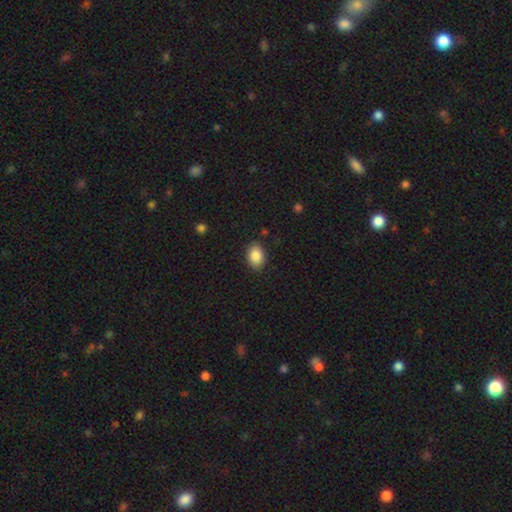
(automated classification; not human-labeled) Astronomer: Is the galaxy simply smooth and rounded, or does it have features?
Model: smooth — 87%.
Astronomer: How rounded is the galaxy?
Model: in between — 78%.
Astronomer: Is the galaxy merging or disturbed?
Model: none — 86%.